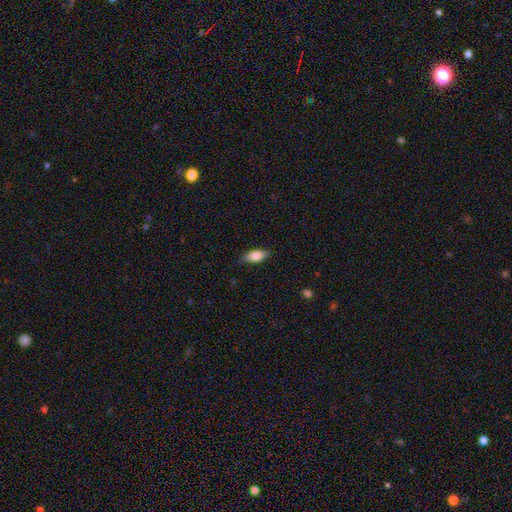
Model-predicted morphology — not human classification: Smooth or featured: smooth — 82% (featured or disk — 11%)
How rounded: in between — 84% (cigar-shaped — 13%)
Merging: none — 79% (minor disturbance — 17%)